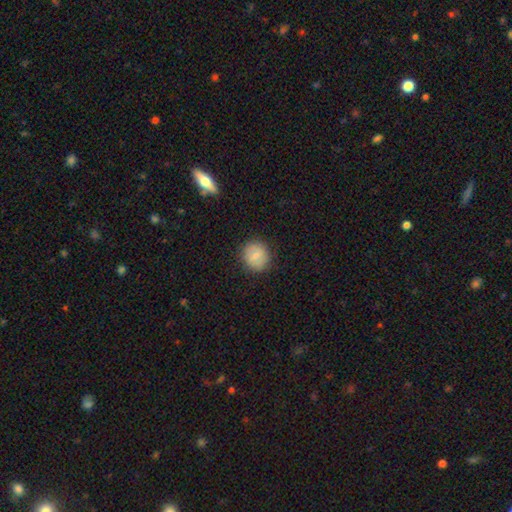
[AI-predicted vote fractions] A smooth galaxy with no disk features (76%) that is round (84%). Merging: none (87%).